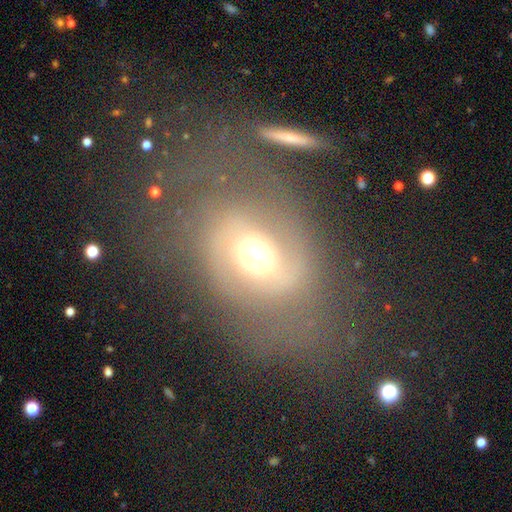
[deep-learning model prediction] Q: Smooth or featured?
A: featured or disk (65%); runner-up: smooth (24%)
Q: Edge-on disk?
A: no (95%); runner-up: yes (5%)
Q: Bar?
A: no (52%); runner-up: weak (34%)
Q: Spiral arms?
A: yes (73%); runner-up: no (27%)
Q: Bulge size?
A: moderate (57%); runner-up: large (30%)
Q: Merging?
A: none (57%); runner-up: major disturbance (19%)